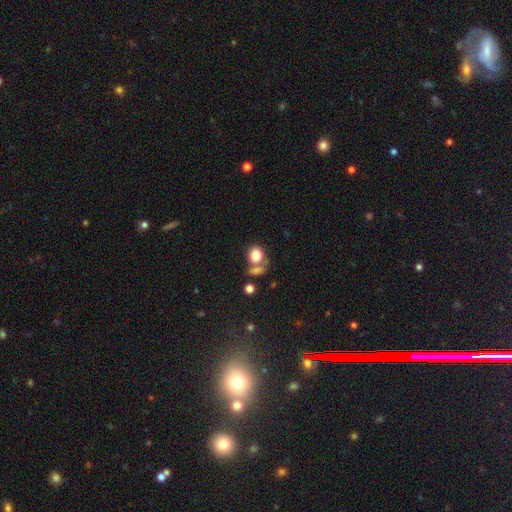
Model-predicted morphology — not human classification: This is clearly a smooth galaxy (82%). How rounded: possibly round (57%). Merging: possibly none (46%).